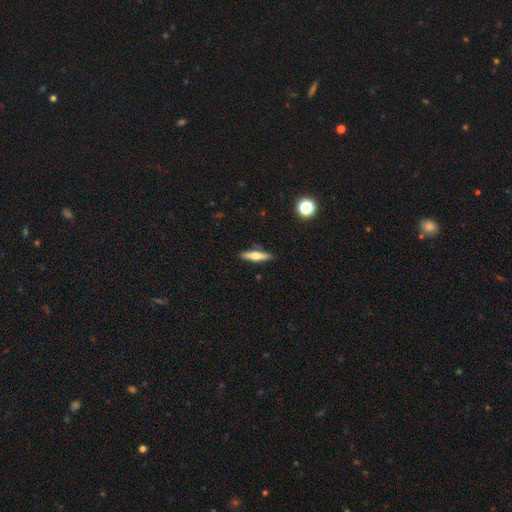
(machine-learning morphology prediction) A smooth galaxy with no disk features (49%). Merging: none (87%).